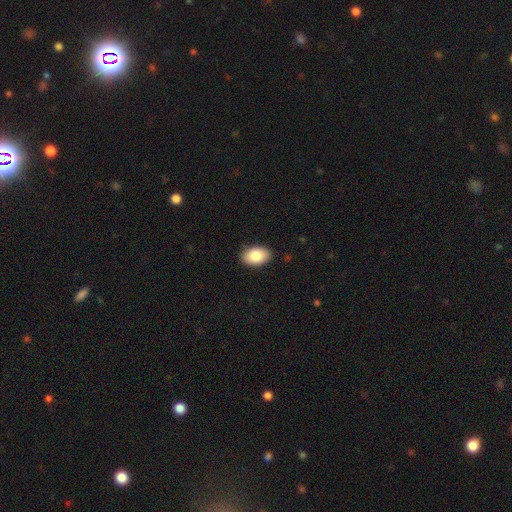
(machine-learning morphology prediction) Overall: smooth (84%). How rounded: in between (91%). Merging: none (89%).